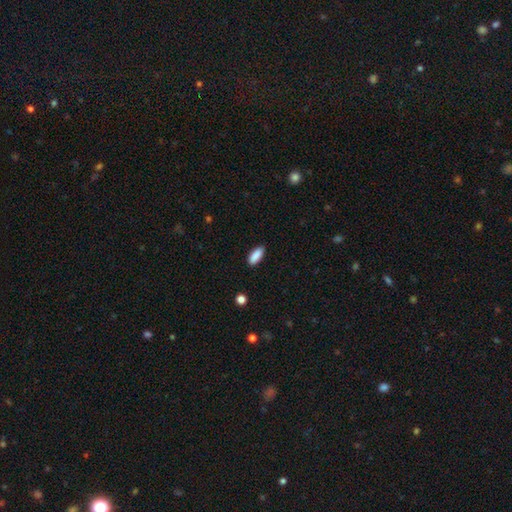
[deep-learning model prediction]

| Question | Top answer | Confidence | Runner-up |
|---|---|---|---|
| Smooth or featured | smooth | 89% | star or artifact (7%) |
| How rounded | in between | 76% | cigar-shaped (22%) |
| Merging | none | 88% | minor disturbance (9%) |